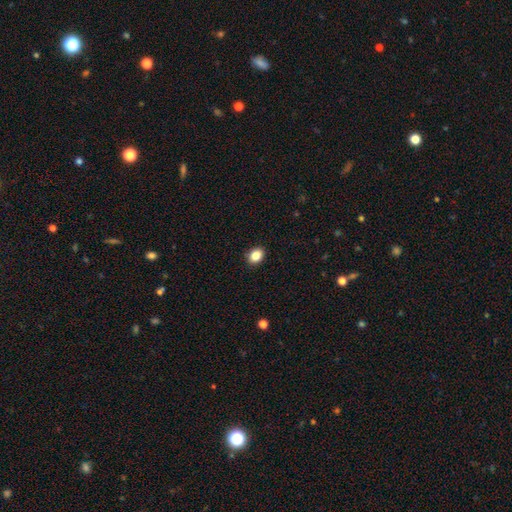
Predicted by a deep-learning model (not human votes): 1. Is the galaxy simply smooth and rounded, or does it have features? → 86% smooth, 9% star or artifact, 5% featured or disk.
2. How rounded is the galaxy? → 52% in between, 47% round, 1% cigar-shaped.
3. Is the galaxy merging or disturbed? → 91% none, 7% minor disturbance, 2% major disturbance, 1% merger.